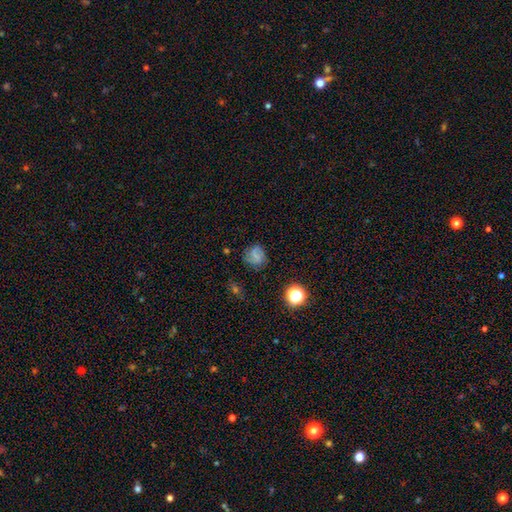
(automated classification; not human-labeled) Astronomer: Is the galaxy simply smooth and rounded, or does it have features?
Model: smooth — 49% (runner-up: featured or disk, 29%).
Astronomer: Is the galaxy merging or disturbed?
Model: none — 68%.